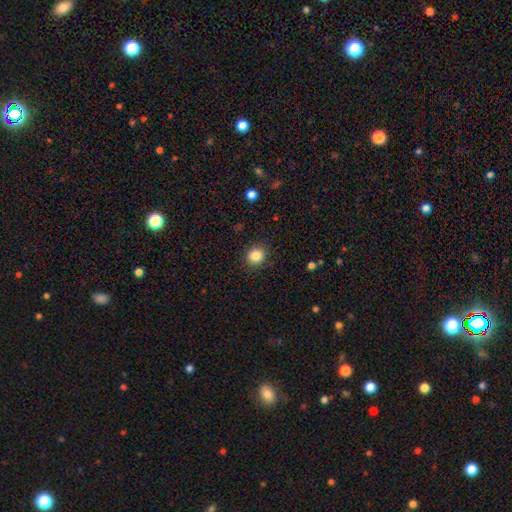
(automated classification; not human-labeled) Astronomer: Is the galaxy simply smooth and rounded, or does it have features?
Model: smooth — 85%.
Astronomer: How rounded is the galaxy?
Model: round — 80%.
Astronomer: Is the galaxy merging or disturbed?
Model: none — 89%.